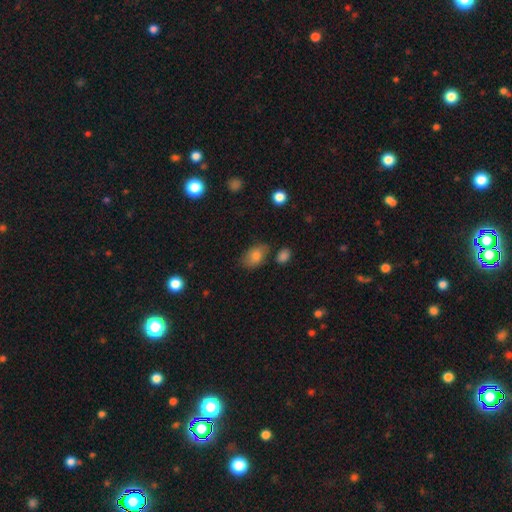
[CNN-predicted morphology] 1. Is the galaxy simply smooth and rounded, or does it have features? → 79% smooth, 12% featured or disk, 9% star or artifact.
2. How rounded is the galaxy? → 86% in between, 12% round, 2% cigar-shaped.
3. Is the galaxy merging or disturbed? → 73% none, 18% minor disturbance, 5% merger, 4% major disturbance.